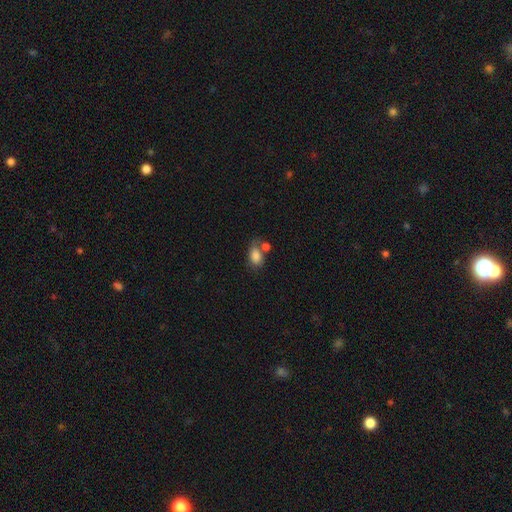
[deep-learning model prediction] smooth 83%, featured or disk 9%, star or artifact 8%. Down the decision tree: how rounded — in between (85%); merging — none (39%).